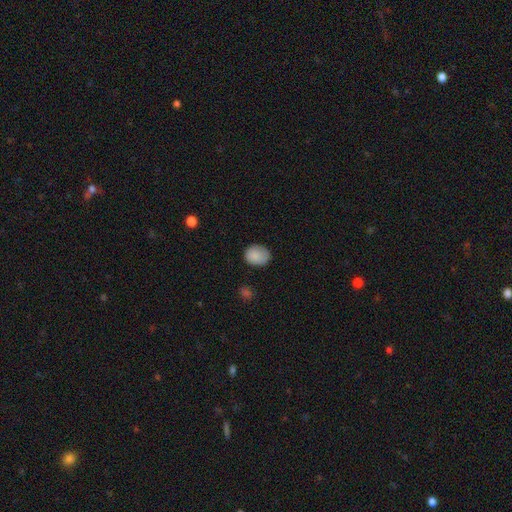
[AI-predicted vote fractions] Smooth or featured? Predicted: smooth (p=0.87). How rounded? Predicted: round (p=0.51). Merging? Predicted: none (p=0.75).